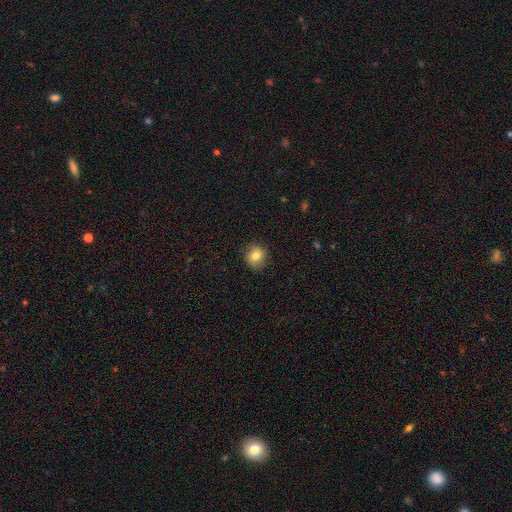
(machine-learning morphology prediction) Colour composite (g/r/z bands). It shows a smooth galaxy with no disk features (81%) that is round (85%). Merging: none (86%).